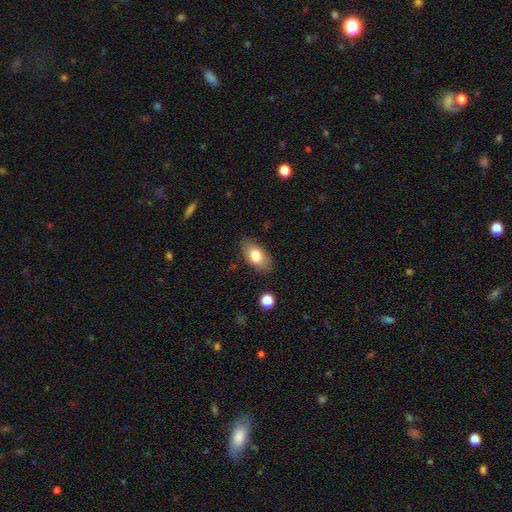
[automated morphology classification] This appears to be a smooth galaxy with no disk features (78%) that is in between round and cigar-shaped (91%). Merging: none (83%).